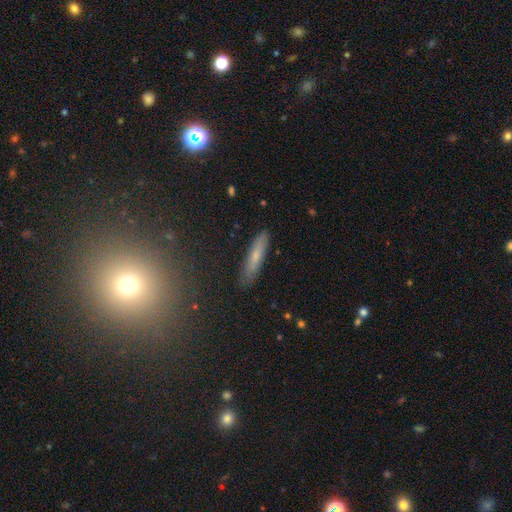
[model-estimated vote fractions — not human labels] Smooth or featured?
  - smooth: 64% *
  - featured or disk: 27%
  - star or artifact: 8%
How rounded?
  - cigar-shaped: 84% *
  - in between: 14%
  - round: 2%
Merging?
  - none: 86% *
  - minor disturbance: 11%
  - major disturbance: 2%
  - merger: 1%